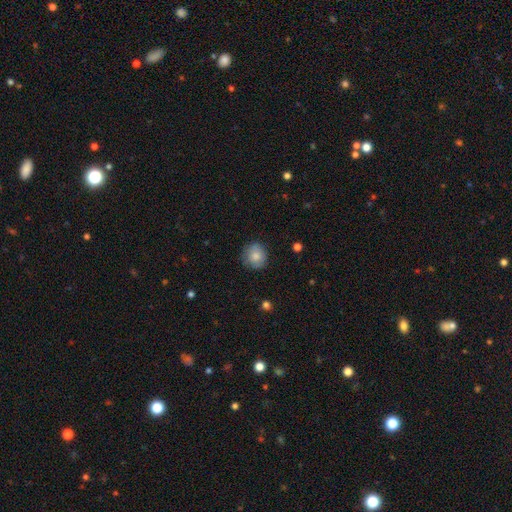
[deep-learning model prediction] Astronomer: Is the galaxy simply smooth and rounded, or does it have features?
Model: smooth — 82%.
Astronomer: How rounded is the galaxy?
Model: round — 87%.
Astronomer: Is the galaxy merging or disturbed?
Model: none — 83%.